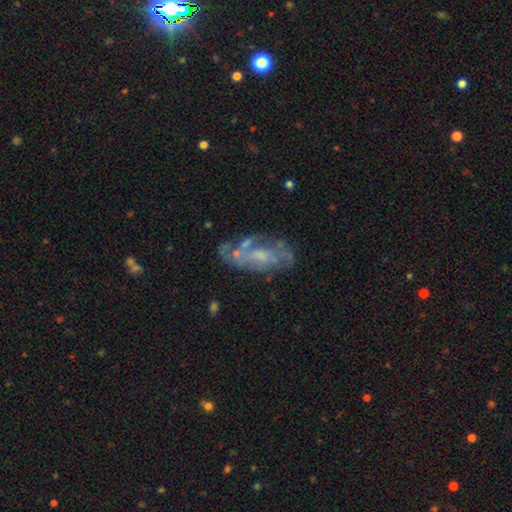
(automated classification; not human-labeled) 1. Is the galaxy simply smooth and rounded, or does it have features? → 66% featured or disk, 20% smooth, 14% star or artifact.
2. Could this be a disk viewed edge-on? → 89% no, 11% yes.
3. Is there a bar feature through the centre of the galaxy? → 67% no, 27% weak, 6% strong.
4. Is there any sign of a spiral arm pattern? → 68% yes, 32% no.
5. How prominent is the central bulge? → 52% small, 30% moderate, 14% none, 3% large, 1% dominant.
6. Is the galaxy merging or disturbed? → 65% none, 18% minor disturbance, 10% major disturbance, 7% merger.